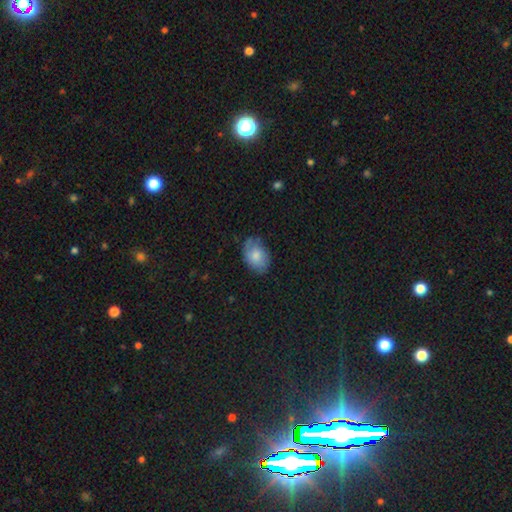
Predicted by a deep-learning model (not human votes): Smooth or featured: smooth — 71% (featured or disk — 22%)
How rounded: in between — 84% (round — 15%)
Merging: none — 72% (minor disturbance — 22%)